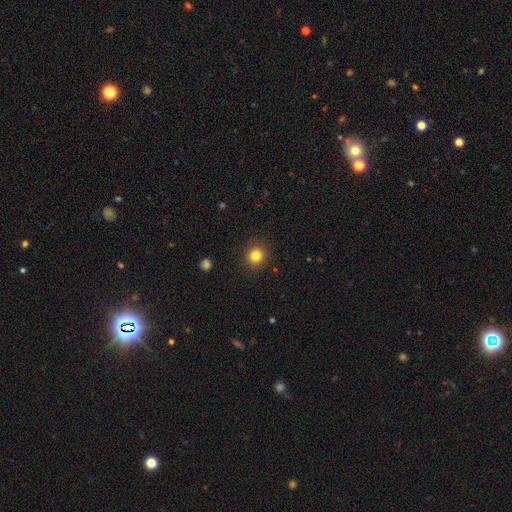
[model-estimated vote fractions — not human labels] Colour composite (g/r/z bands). It shows a smooth galaxy with no disk features (83%) that is round (89%). Merging: none (90%).